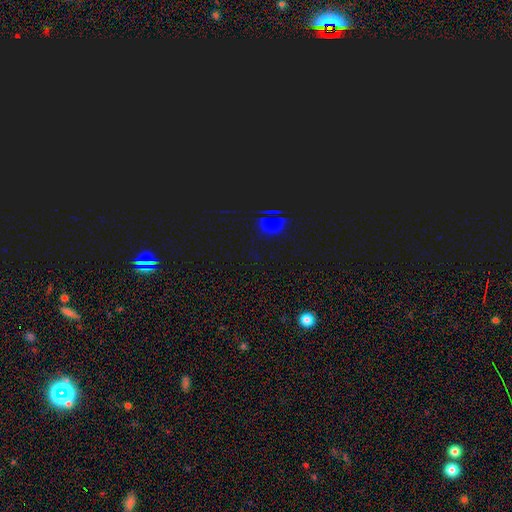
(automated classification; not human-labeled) Smooth or featured? star or artifact (64%)